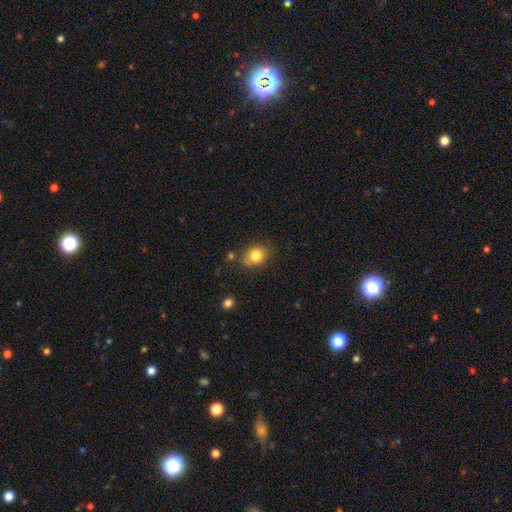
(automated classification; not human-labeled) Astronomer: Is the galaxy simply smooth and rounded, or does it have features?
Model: smooth — 81%.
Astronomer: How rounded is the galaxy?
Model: round — 55% (runner-up: in between, 44%).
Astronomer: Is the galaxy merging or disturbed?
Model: none — 73%.